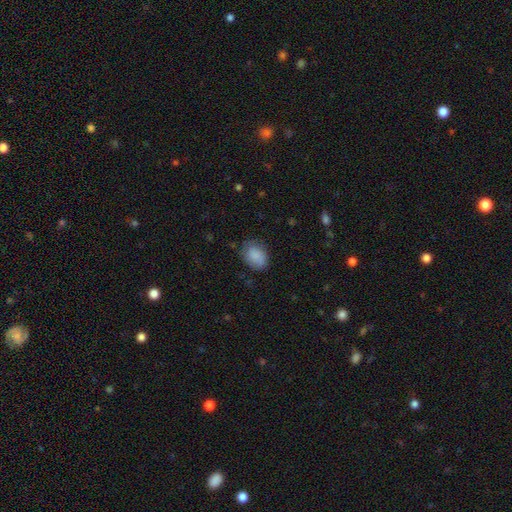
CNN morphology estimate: Smooth or featured: smooth — 86% (star or artifact — 7%)
How rounded: in between — 73% (round — 26%)
Merging: none — 74% (minor disturbance — 20%)